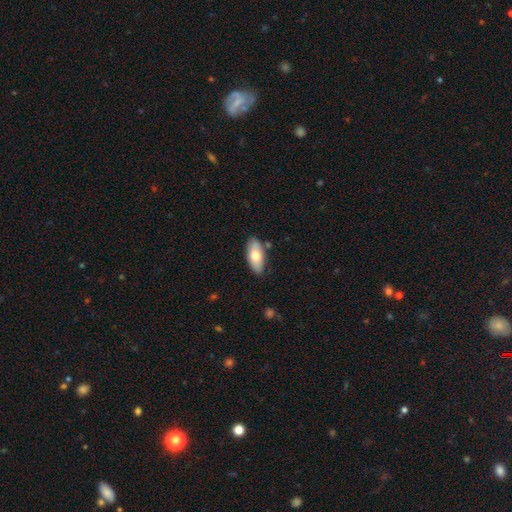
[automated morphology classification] The model was most divided on "smooth or featured": smooth: 67%, featured or disk: 27%, star or artifact: 6%. More confident: how rounded — in between (87%); merging — none (82%).